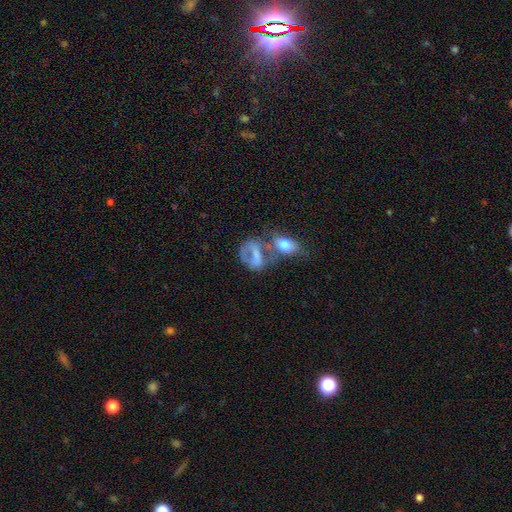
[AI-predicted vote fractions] smooth 51%, featured or disk 39%, star or artifact 10%. Down the decision tree: how rounded — in between (64%); merging — merger (41%).